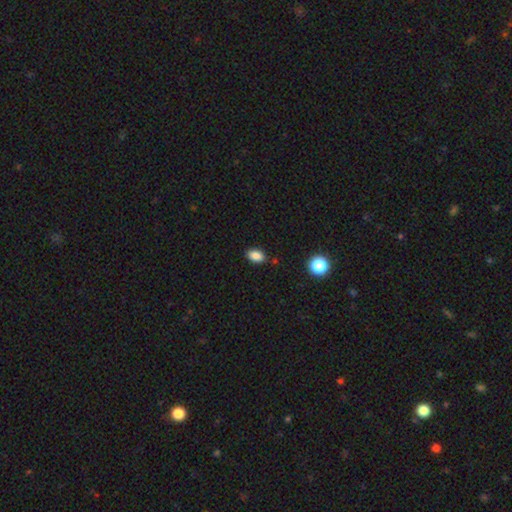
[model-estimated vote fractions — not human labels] A smooth galaxy with no disk features (86%) that is in between round and cigar-shaped (85%). Merging: none (85%).